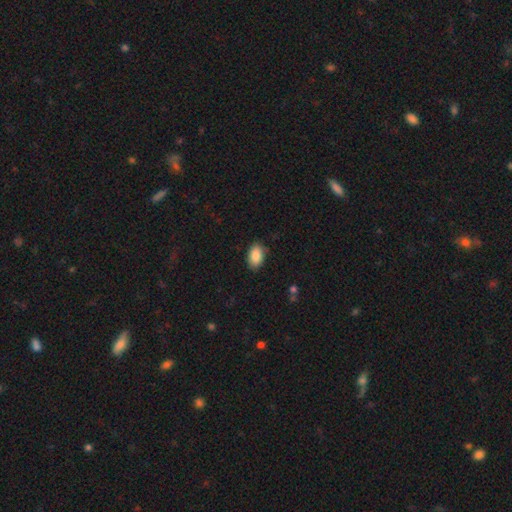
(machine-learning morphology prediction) type=smooth (89%); roundness=in between (91%); merging=none (85%).